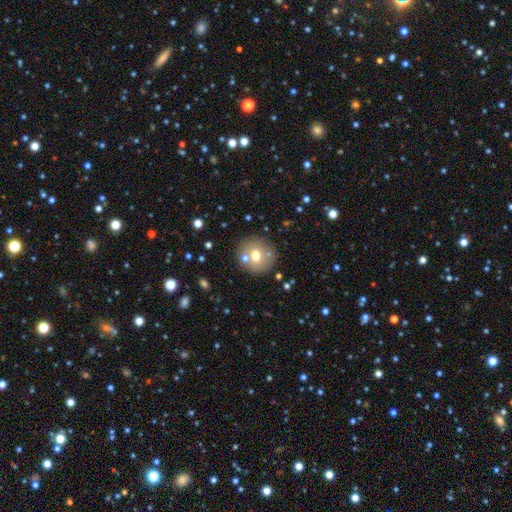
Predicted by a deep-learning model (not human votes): Smooth or featured?
  - smooth: 65% *
  - featured or disk: 23%
  - star or artifact: 12%
How rounded?
  - round: 92% *
  - in between: 7%
  - cigar-shaped: 1%
Merging?
  - none: 78% *
  - merger: 9%
  - minor disturbance: 9%
  - major disturbance: 3%